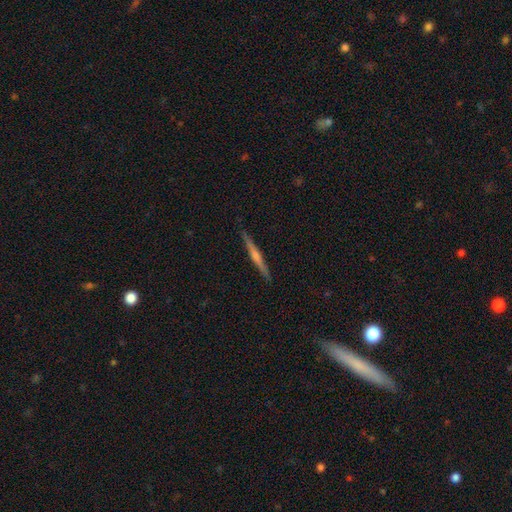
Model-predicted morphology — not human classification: type=featured or disk (73%); edge-on=yes (98%); edge-on bulge=rounded (69%); merging=none (92%).